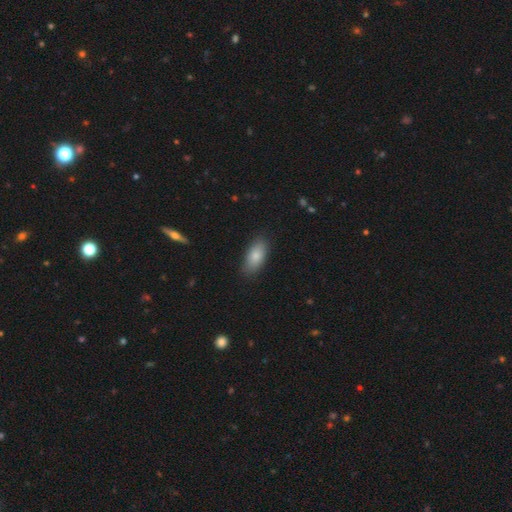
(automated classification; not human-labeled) A smooth galaxy with no disk features (82%) that is in between round and cigar-shaped (88%). Merging: none (85%).